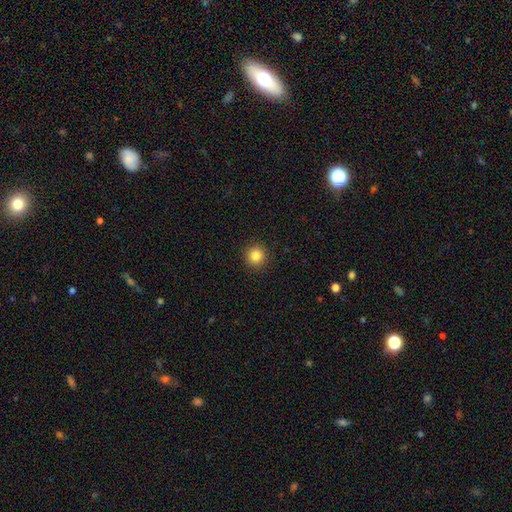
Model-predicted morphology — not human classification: This is clearly a smooth galaxy (84%). How rounded: clearly round (95%). Merging: clearly none (93%).